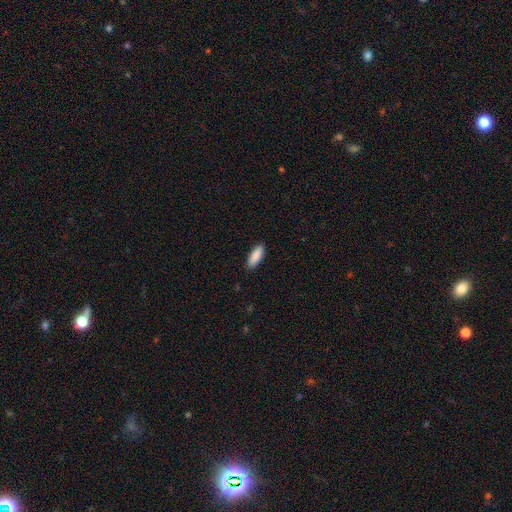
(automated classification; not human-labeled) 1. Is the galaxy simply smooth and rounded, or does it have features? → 89% smooth, 6% star or artifact, 6% featured or disk.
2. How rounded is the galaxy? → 66% in between, 33% cigar-shaped, 2% round.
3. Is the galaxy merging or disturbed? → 87% none, 10% minor disturbance, 2% major disturbance, 1% merger.